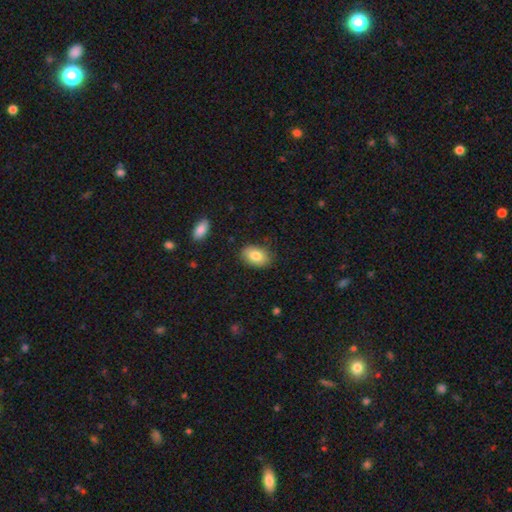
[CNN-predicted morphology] Q: Smooth or featured?
A: smooth (82%); runner-up: featured or disk (11%)
Q: How rounded?
A: in between (87%); runner-up: round (11%)
Q: Merging?
A: none (84%); runner-up: minor disturbance (12%)